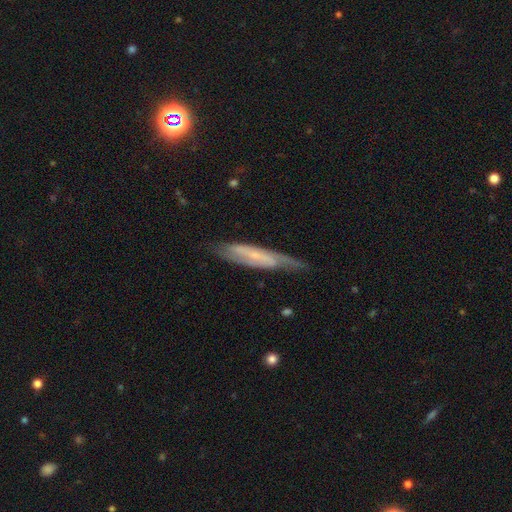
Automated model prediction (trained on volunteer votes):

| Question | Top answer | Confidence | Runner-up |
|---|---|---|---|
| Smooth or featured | featured or disk | 66% | smooth (27%) |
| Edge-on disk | no | 50% | tied: yes (50%) |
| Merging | none | 65% | minor disturbance (25%) |